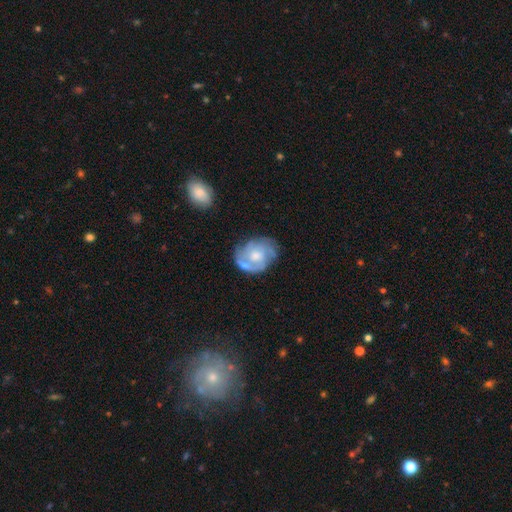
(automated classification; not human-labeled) Smooth or featured?
  - featured or disk: 69% *
  - smooth: 25%
  - star or artifact: 6%
Edge-on disk?
  - no: 97% *
  - yes: 3%
Bar?
  - no: 74% *
  - weak: 23%
  - strong: 3%
Spiral arms?
  - yes: 80% *
  - no: 20%
Spiral winding?
  - tight: 48% *
  - medium: 37%
  - loose: 15%
Spiral arm count?
  - can't tell: 37% *
  - 2: 26%
  - 3: 21%
  - 1: 7%
  - 4: 6%
  - more than 4: 4%
Bulge size?
  - moderate: 56% *
  - small: 25%
  - large: 11%
  - none: 6%
  - dominant: 2%
Merging?
  - none: 58% *
  - minor disturbance: 23%
  - major disturbance: 11%
  - merger: 8%